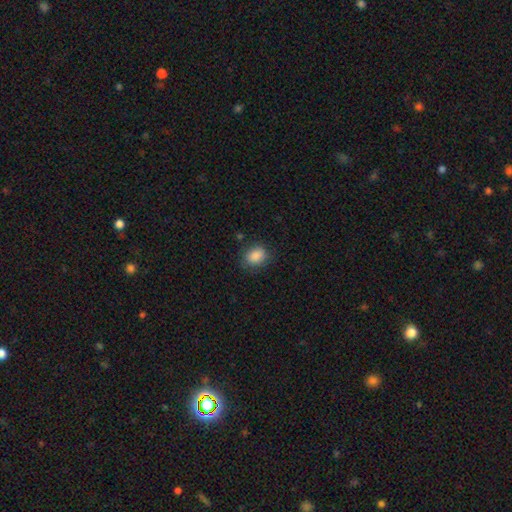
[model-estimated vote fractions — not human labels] smooth-or-featured: smooth: 87% | star or artifact: 8% | featured or disk: 5%
  how-rounded: in between: 69% | round: 30% | cigar-shaped: 1%
  merging: none: 77% | minor disturbance: 16% | major disturbance: 5% | merger: 2%